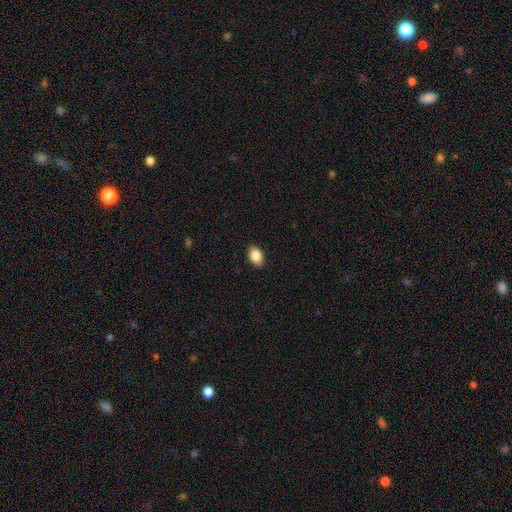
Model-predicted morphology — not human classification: The model was most divided on "how rounded": in between: 85%, round: 13%, cigar-shaped: 1%. More confident: merging — none (89%); smooth or featured — smooth (87%).